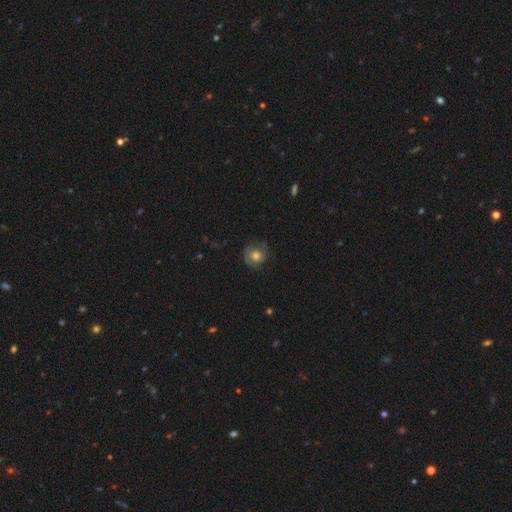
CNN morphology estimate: type=smooth (55%); roundness=round (82%); merging=none (68%).